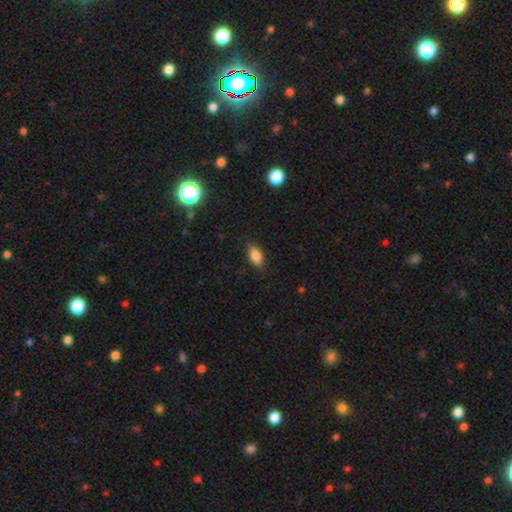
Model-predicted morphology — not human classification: This is clearly a smooth galaxy (84%). How rounded: clearly in between (89%). Merging: clearly none (84%).